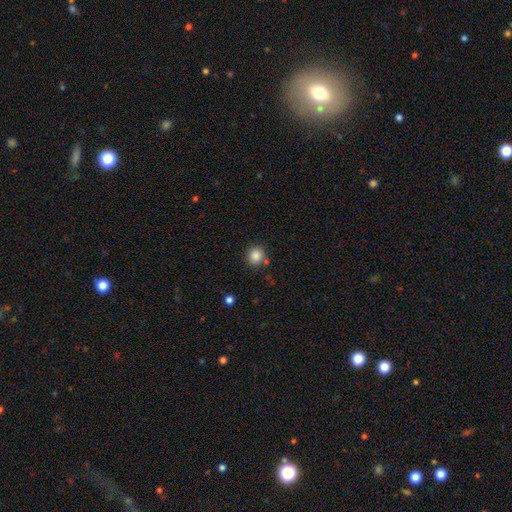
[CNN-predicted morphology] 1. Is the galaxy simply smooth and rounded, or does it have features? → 86% smooth, 10% star or artifact, 5% featured or disk.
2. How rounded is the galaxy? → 87% round, 12% in between, 1% cigar-shaped.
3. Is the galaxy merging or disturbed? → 78% none, 11% minor disturbance, 7% merger, 3% major disturbance.